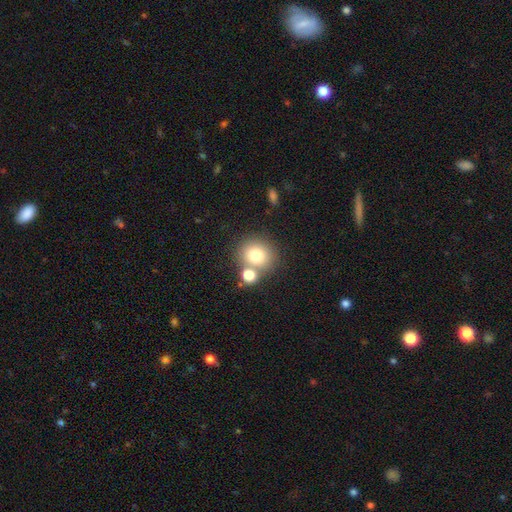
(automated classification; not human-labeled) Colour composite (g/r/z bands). It shows a smooth galaxy with no disk features (78%) that is round (82%). Merging: none (57%).